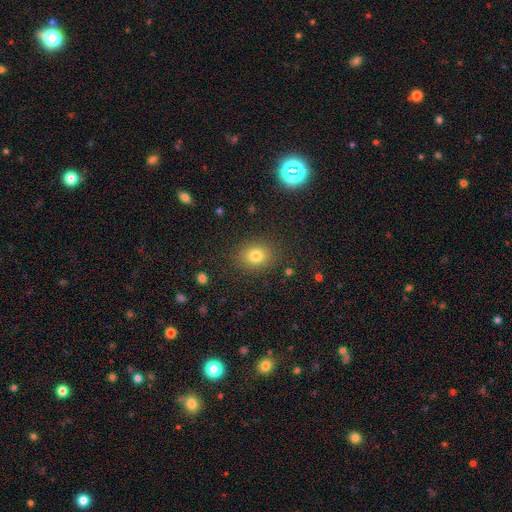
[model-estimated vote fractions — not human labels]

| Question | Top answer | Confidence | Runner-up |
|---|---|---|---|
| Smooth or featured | smooth | 79% | star or artifact (13%) |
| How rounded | round | 56% | in between (43%) |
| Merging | none | 86% | minor disturbance (9%) |